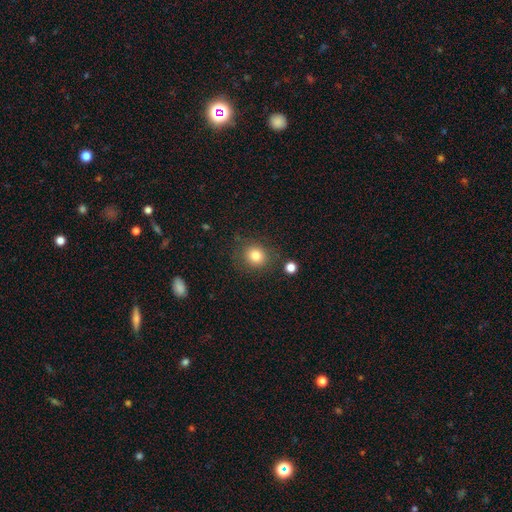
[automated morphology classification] smooth-or-featured: smooth: 81% | star or artifact: 11% | featured or disk: 7%
  how-rounded: round: 84% | in between: 15% | cigar-shaped: 1%
  merging: none: 81% | minor disturbance: 11% | major disturbance: 4% | merger: 4%